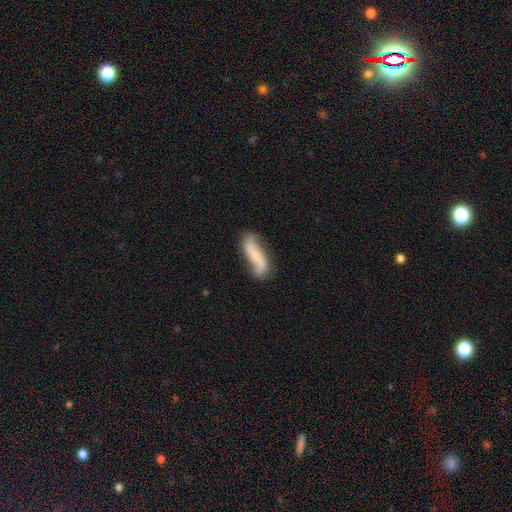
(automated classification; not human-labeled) smooth-or-featured: featured or disk: 57% | smooth: 36% | star or artifact: 7%
  disk-edge-on: no: 87% | yes: 13%
  merging: none: 61% | minor disturbance: 24% | major disturbance: 9% | merger: 7%